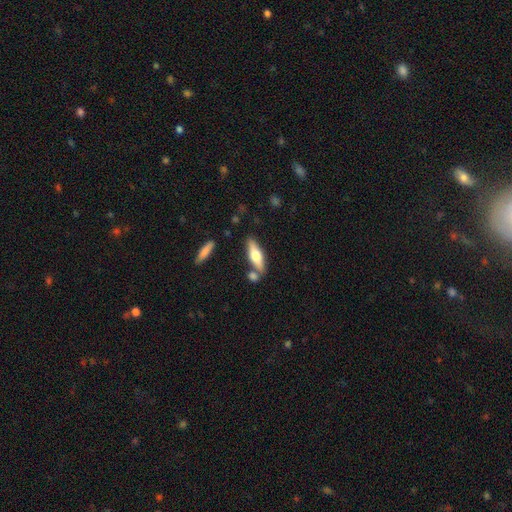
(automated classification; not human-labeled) This appears to be a smooth galaxy with no disk features (51%) that is cigar-shaped (56%). Merging: none (72%).